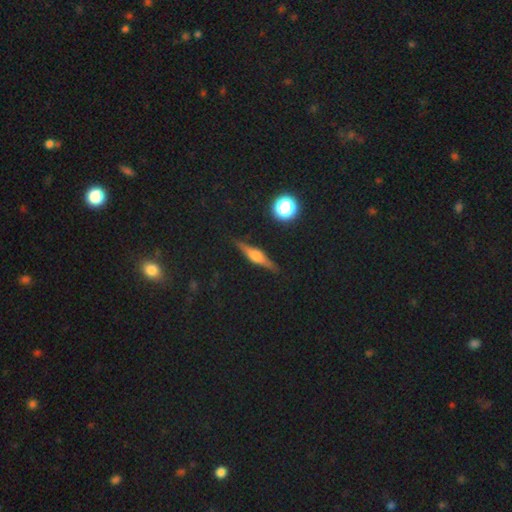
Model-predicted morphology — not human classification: This is likely a featured or disk galaxy (70%). It is clearly viewed edge-on (96%). Edge-on bulge: clearly rounded (82%). Merging: clearly none (88%).